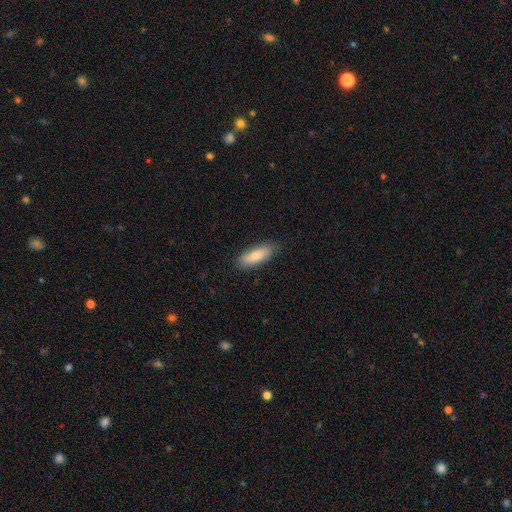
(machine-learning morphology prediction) This appears to be a smooth galaxy with no disk features (80%) that is in between round and cigar-shaped (65%). Merging: none (84%).